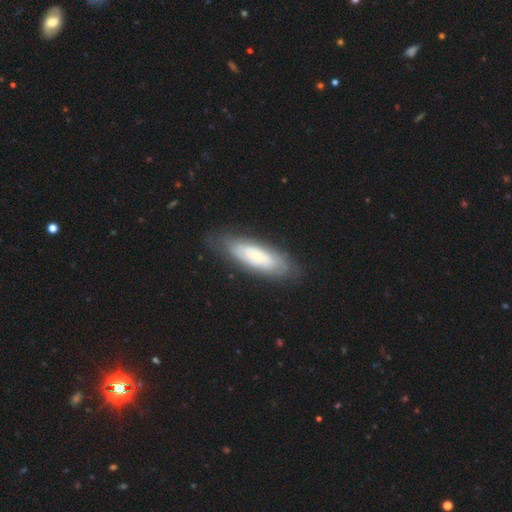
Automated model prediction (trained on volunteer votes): This is possibly a smooth galaxy (49%). Merging: likely none (78%).